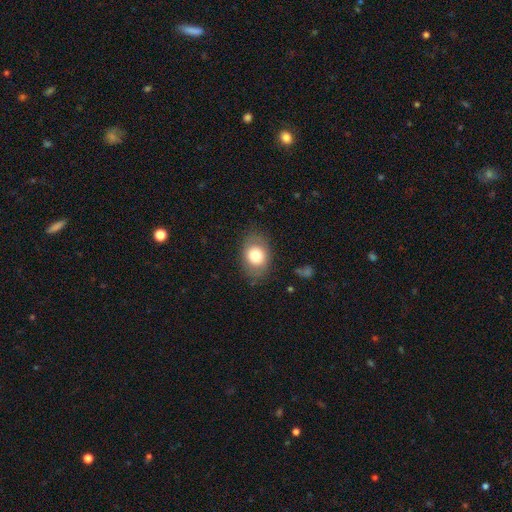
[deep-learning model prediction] A smooth galaxy with no disk features (76%) that is in between round and cigar-shaped (71%). Merging: none (80%).